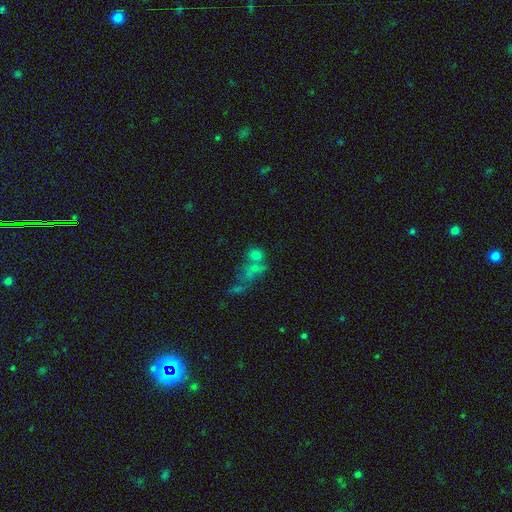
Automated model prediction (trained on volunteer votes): smooth_or_featured: smooth (p=0.64) [alt: star or artifact p=0.20]
how_rounded: round (p=0.49) [alt: in between p=0.48]
merging: merger (p=0.52) [alt: none p=0.30]